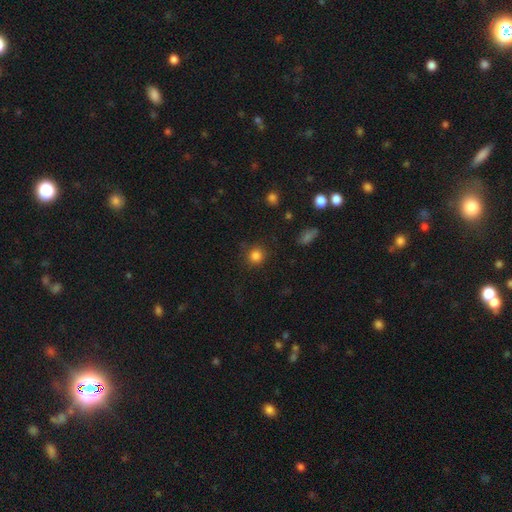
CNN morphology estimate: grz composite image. It shows a smooth galaxy with no disk features (84%) that is round (91%). Merging: none (84%).